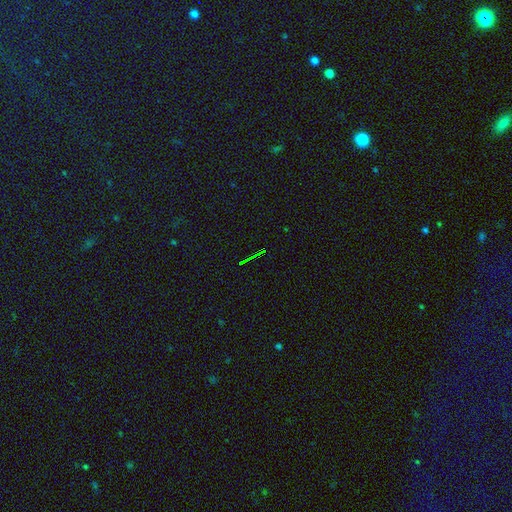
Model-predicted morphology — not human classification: Overall: star or artifact (74%).